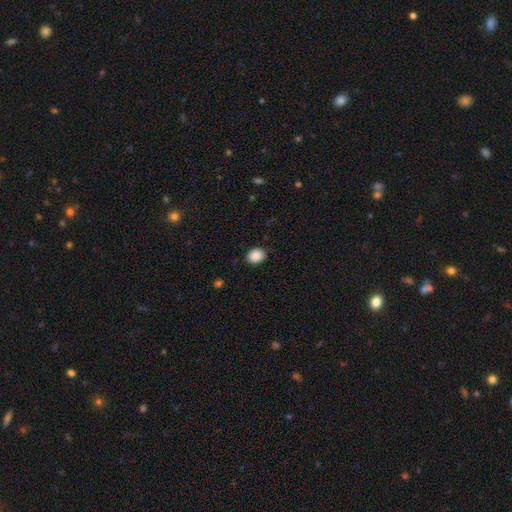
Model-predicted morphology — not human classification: smooth-or-featured: smooth: 89% | star or artifact: 8% | featured or disk: 3%
  how-rounded: round: 54% | in between: 45% | cigar-shaped: 1%
  merging: none: 88% | minor disturbance: 8% | major disturbance: 2% | merger: 1%